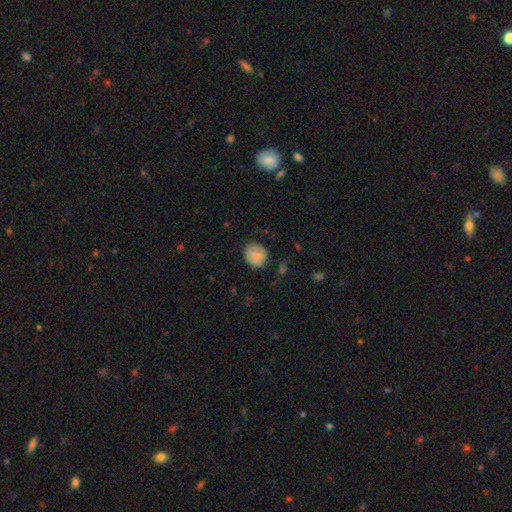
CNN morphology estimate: A smooth galaxy with no disk features (78%) that is round (69%).

Vote fractions:
- Smooth or featured? smooth: 78% / featured or disk: 14% / star or artifact: 8%
- How rounded? round: 69% / in between: 30% / cigar-shaped: 1%
- Merging? none: 76% / minor disturbance: 17% / major disturbance: 5% / merger: 1%